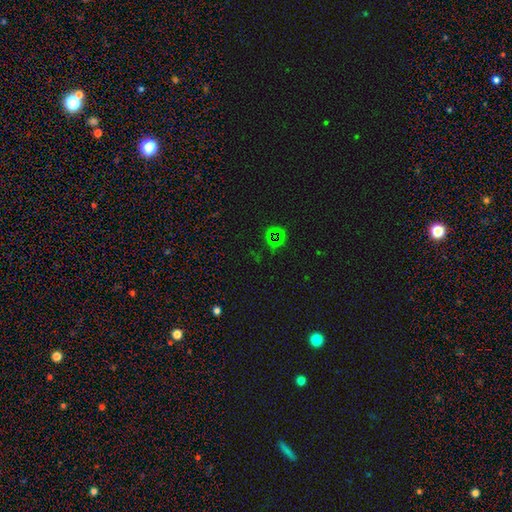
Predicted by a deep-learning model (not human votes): Smooth or featured? star or artifact (63%)